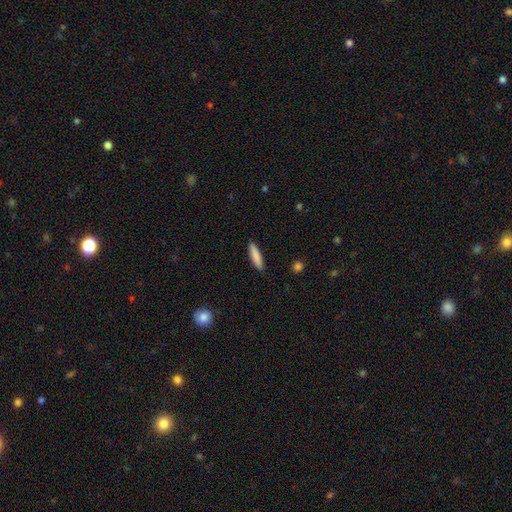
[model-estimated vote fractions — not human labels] A smooth galaxy with no disk features (86%) that is cigar-shaped (82%). Merging: none (90%).